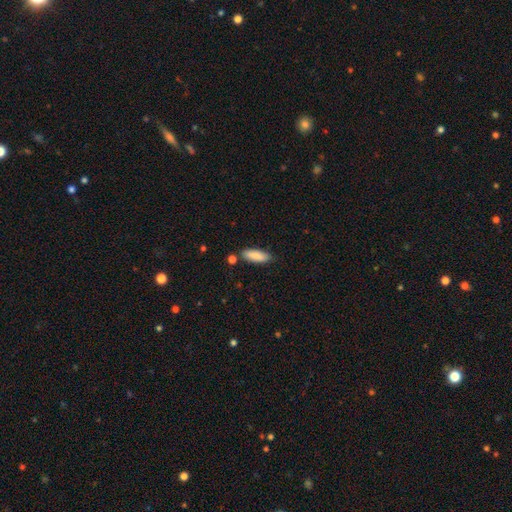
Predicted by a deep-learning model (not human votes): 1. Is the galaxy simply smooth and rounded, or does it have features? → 87% smooth, 6% featured or disk, 6% star or artifact.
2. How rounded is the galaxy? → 60% in between, 39% cigar-shaped, 2% round.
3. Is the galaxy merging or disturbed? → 79% none, 14% minor disturbance, 5% merger, 3% major disturbance.